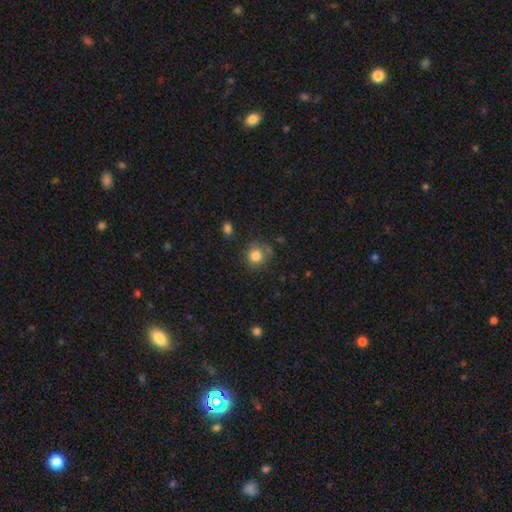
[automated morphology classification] The model was most divided on "merging": none: 72%, minor disturbance: 17%, major disturbance: 6%, merger: 5%. More confident: how rounded — round (87%); smooth or featured — smooth (82%).